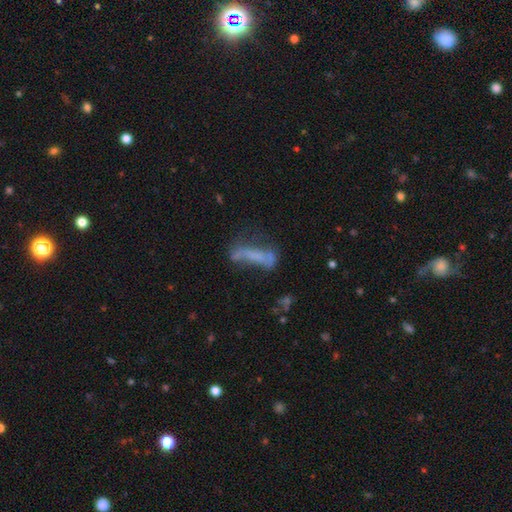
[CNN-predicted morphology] A featured or disk galaxy (45%).

Vote fractions:
- Smooth or featured? featured or disk: 45% / smooth: 40% / star or artifact: 15%
- Merging? none: 34% / major disturbance: 29% / minor disturbance: 22% / merger: 15%